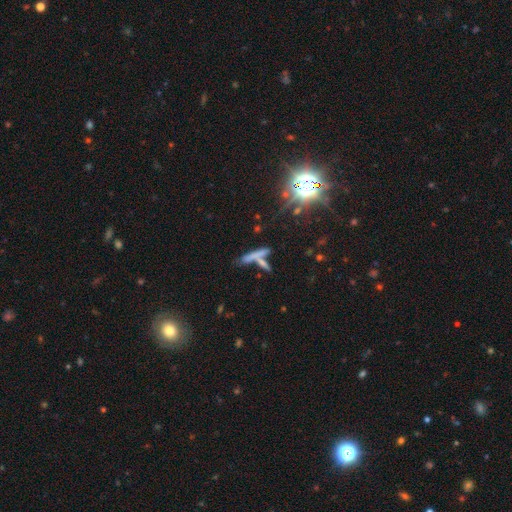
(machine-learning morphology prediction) Smooth or featured? smooth (55%)
How rounded? cigar-shaped (86%)
Merging? none (48%)